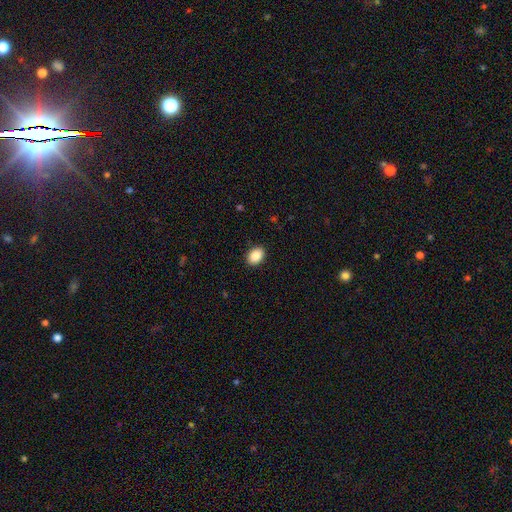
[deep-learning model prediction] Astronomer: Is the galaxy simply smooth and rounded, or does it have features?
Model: smooth — 89%.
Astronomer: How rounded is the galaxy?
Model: in between — 76%.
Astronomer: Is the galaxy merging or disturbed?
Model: none — 90%.